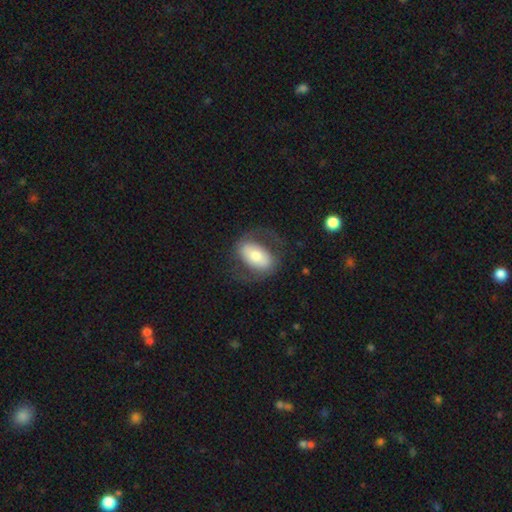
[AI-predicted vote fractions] The model was most divided on "smooth or featured": smooth: 49%, featured or disk: 45%, star or artifact: 6%. More confident: merging — none (66%).